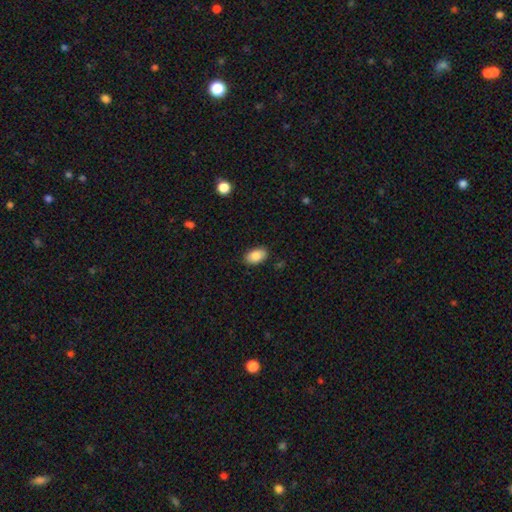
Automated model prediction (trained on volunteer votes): A smooth galaxy with no disk features (85%) that is in between round and cigar-shaped (92%). Merging: none (87%).